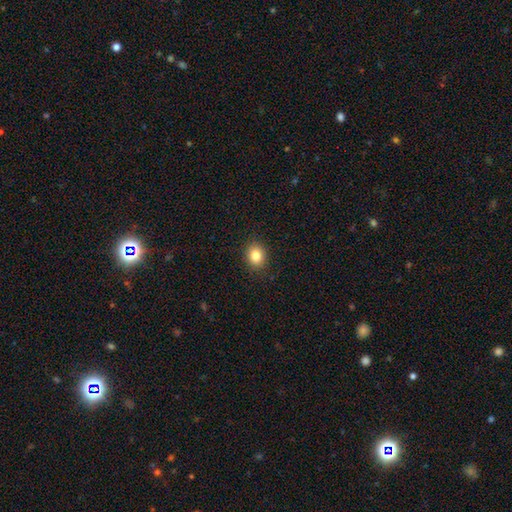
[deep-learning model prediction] Smooth or featured?
  - smooth: 84% *
  - star or artifact: 10%
  - featured or disk: 6%
How rounded?
  - round: 59% *
  - in between: 40%
  - cigar-shaped: 1%
Merging?
  - none: 89% *
  - minor disturbance: 8%
  - major disturbance: 2%
  - merger: 1%